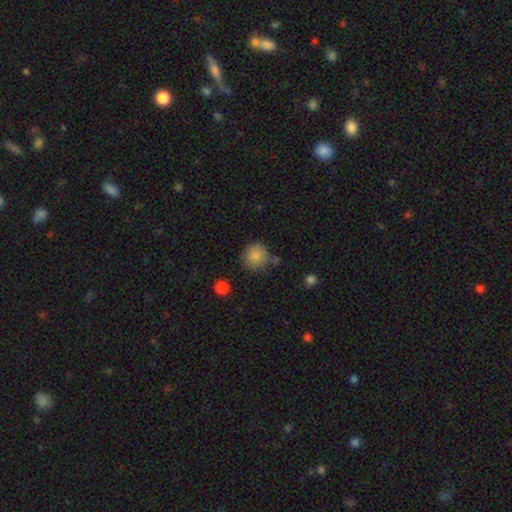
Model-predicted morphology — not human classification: type=smooth (85%); roundness=round (92%); merging=none (75%).